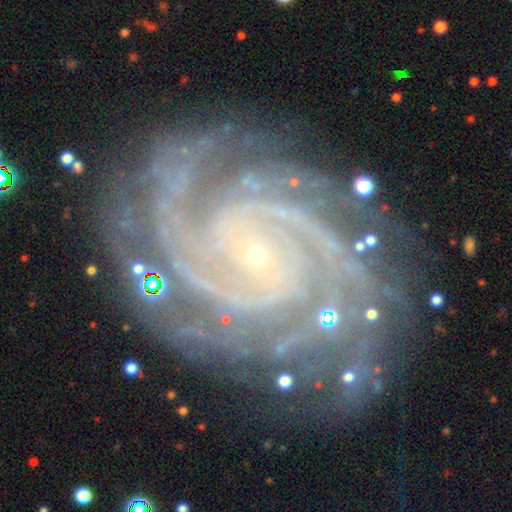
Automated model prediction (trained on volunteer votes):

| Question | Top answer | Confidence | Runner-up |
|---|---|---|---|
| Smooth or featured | featured or disk | 93% | star or artifact (5%) |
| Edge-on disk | no | 98% | yes (2%) |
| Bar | no | 66% | weak (22%) |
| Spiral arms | yes | 99% | no (1%) |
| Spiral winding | tight | 73% | medium (24%) |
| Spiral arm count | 4 | 24% | 3 (22%) |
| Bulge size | small | 89% | moderate (6%) |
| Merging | none | 78% | minor disturbance (15%) |